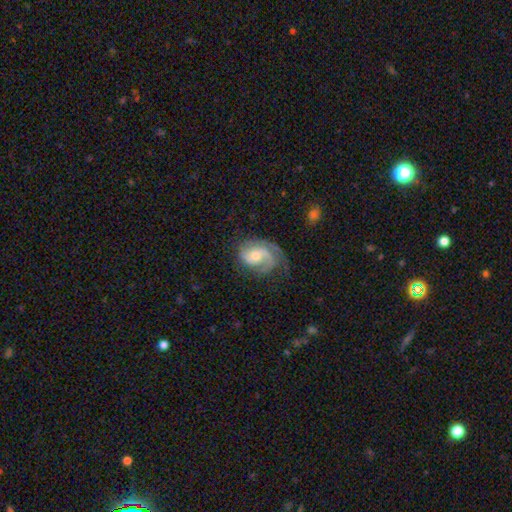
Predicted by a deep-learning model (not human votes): Overall: featured or disk (78%). Edge-on disk: no (97%). Bar: no (63%; weak 31%). Spiral arms: yes (94%). Spiral arm count: 2 (45%; 1 26%). Spiral winding: medium (42%; tight 36%). Bulge size: moderate (54%; small 40%). Merging: none (54%; minor disturbance 25%).